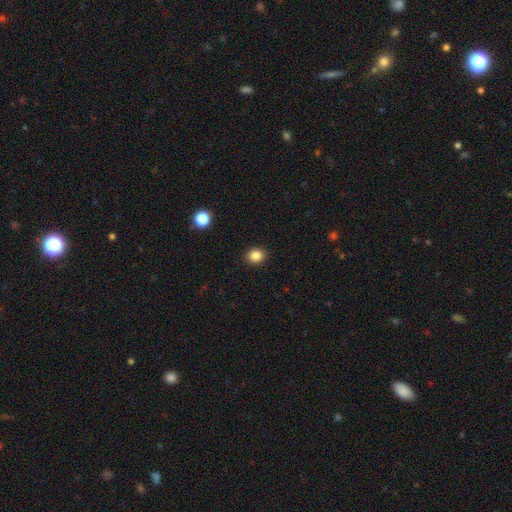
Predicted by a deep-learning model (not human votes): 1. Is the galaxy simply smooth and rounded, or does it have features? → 85% smooth, 11% star or artifact, 4% featured or disk.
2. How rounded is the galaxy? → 60% round, 40% in between, 1% cigar-shaped.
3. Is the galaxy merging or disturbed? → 90% none, 7% minor disturbance, 2% major disturbance, 1% merger.